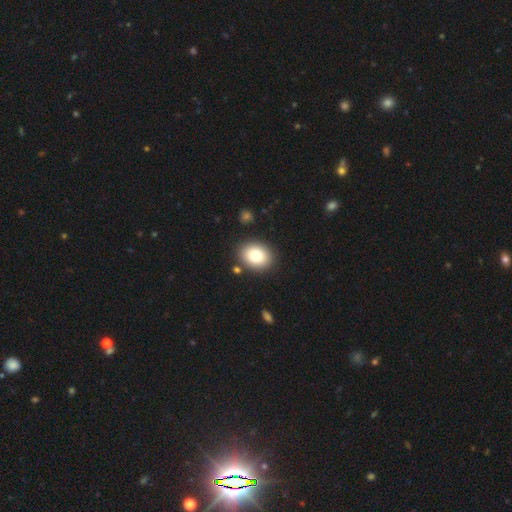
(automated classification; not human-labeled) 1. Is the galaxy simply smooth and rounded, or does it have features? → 82% smooth, 9% featured or disk, 9% star or artifact.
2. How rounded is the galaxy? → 57% in between, 42% round, 1% cigar-shaped.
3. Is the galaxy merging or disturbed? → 86% none, 8% minor disturbance, 3% merger, 2% major disturbance.